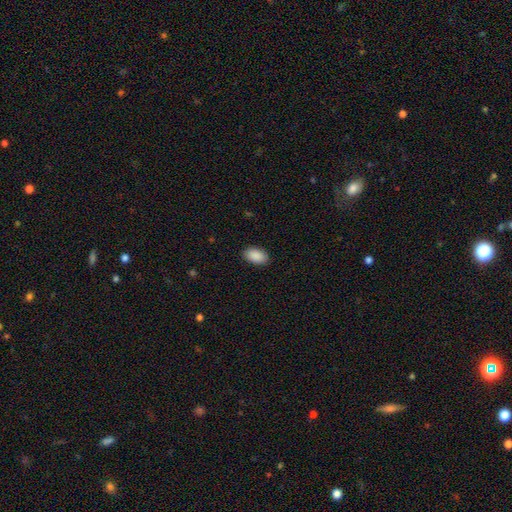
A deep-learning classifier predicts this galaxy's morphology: Smooth or featured? smooth (91%)
How rounded? in between (94%)
Merging? none (89%)